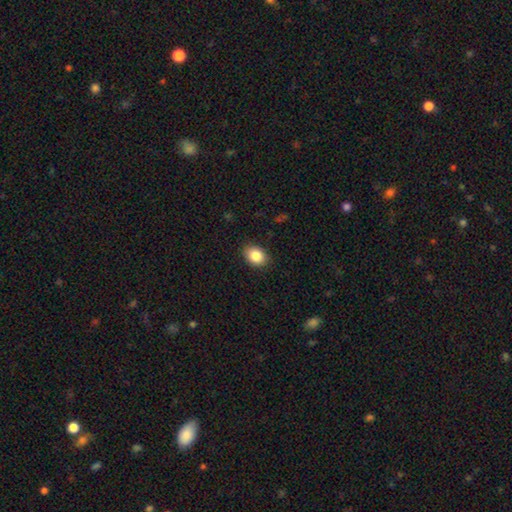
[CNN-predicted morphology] Q: Smooth or featured?
A: smooth (85%); runner-up: star or artifact (9%)
Q: How rounded?
A: in between (67%); runner-up: round (32%)
Q: Merging?
A: none (88%); runner-up: minor disturbance (9%)